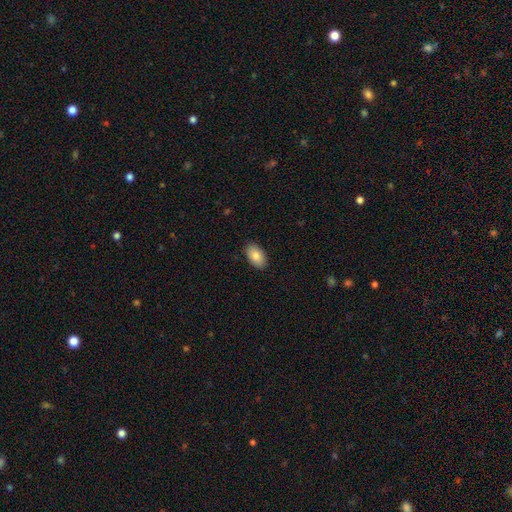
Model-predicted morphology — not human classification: smooth 85%, featured or disk 8%, star or artifact 7%. Down the decision tree: how rounded — in between (94%); merging — none (89%).